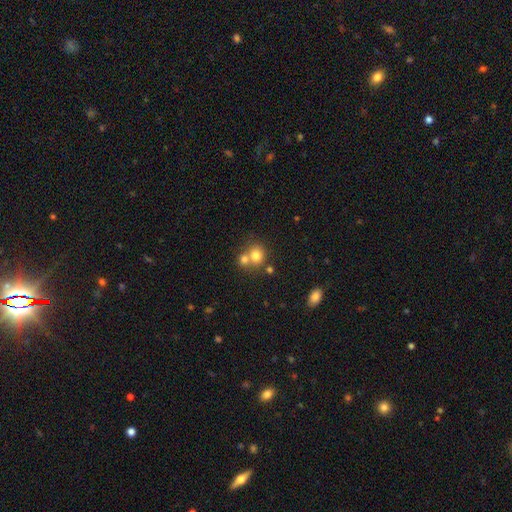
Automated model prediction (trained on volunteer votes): Q: Smooth or featured?
A: smooth (76%); runner-up: star or artifact (12%)
Q: How rounded?
A: round (82%); runner-up: in between (17%)
Q: Merging?
A: merger (47%); runner-up: none (44%)